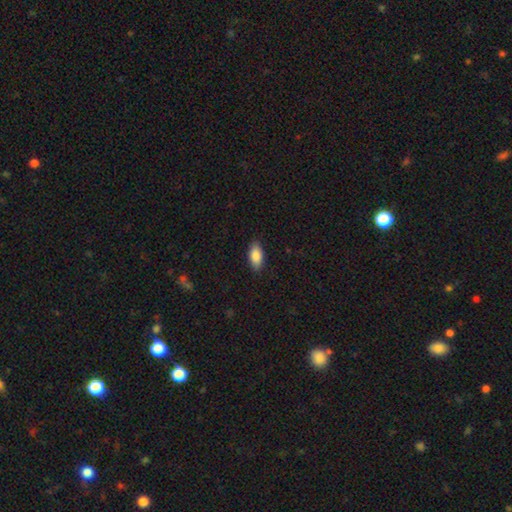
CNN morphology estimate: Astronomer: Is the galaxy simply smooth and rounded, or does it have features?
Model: smooth — 87%.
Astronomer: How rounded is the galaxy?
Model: in between — 89%.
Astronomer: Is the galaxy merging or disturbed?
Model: none — 88%.